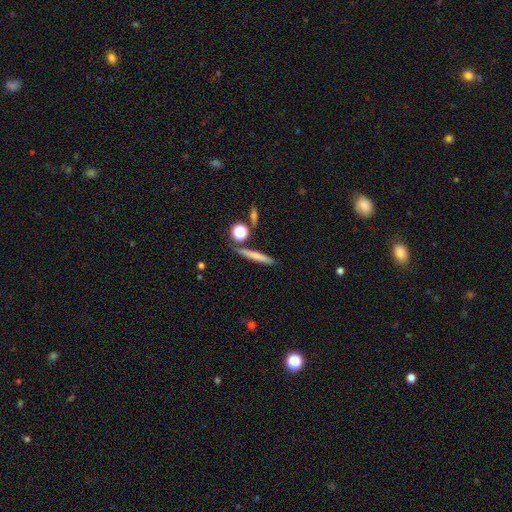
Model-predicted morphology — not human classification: smooth-or-featured: smooth: 68% | featured or disk: 23% | star or artifact: 8%
  how-rounded: cigar-shaped: 87% | in between: 7% | round: 6%
  merging: none: 80% | minor disturbance: 10% | merger: 7% | major disturbance: 3%